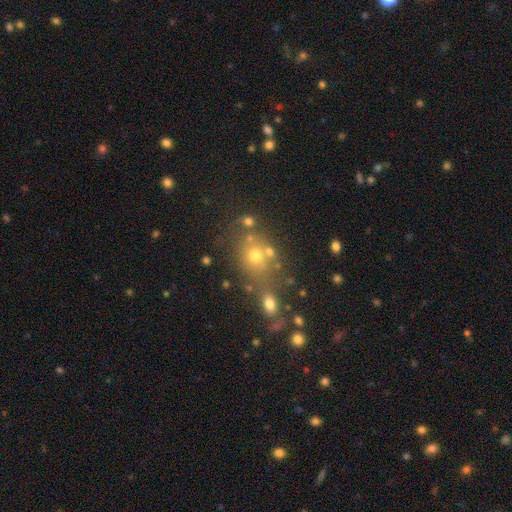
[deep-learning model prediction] Smooth or featured? smooth (61%)
How rounded? round (67%)
Merging? none (55%)